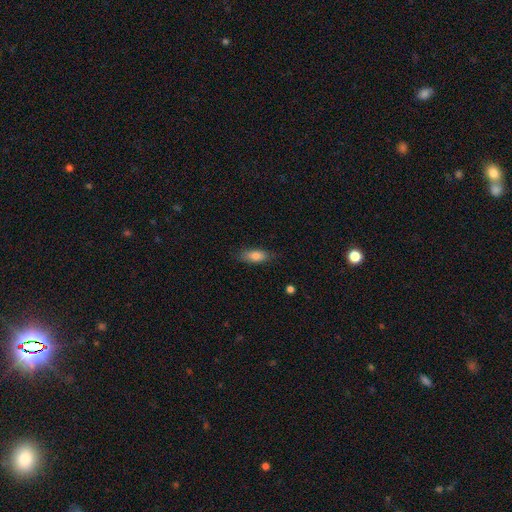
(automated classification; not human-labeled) A smooth galaxy with no disk features (79%) that is in between round and cigar-shaped (76%). Merging: none (81%).